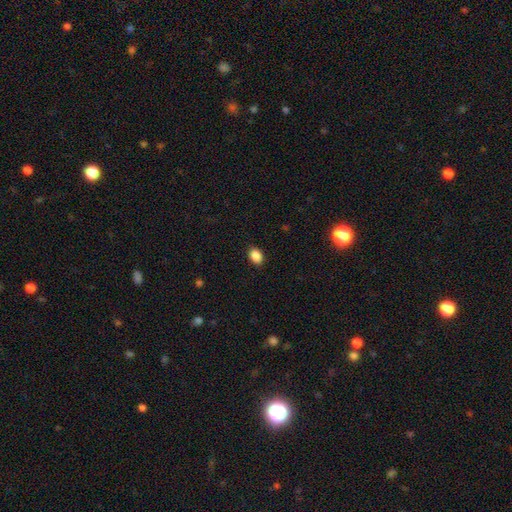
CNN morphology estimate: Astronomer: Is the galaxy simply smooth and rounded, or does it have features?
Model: smooth — 88%.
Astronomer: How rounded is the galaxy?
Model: in between — 82%.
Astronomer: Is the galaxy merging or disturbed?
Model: none — 89%.